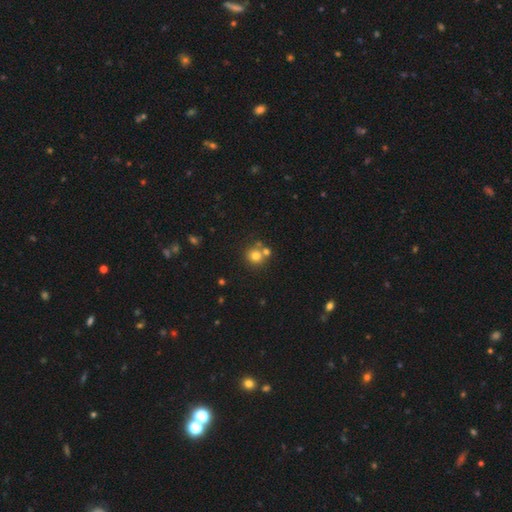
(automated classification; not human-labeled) A smooth galaxy with no disk features (76%) that is round (89%).

Vote fractions:
- Smooth or featured? smooth: 76% / star or artifact: 14% / featured or disk: 11%
- How rounded? round: 89% / in between: 10% / cigar-shaped: 1%
- Merging? none: 60% / merger: 28% / minor disturbance: 8% / major disturbance: 3%